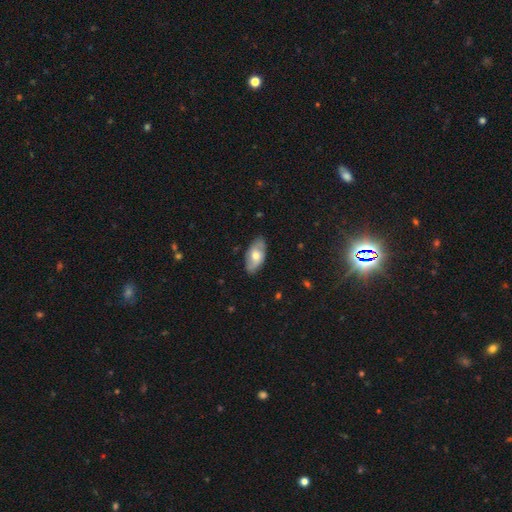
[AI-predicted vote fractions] A smooth galaxy with no disk features (53%) that is in between round and cigar-shaped (92%). Merging: none (83%).